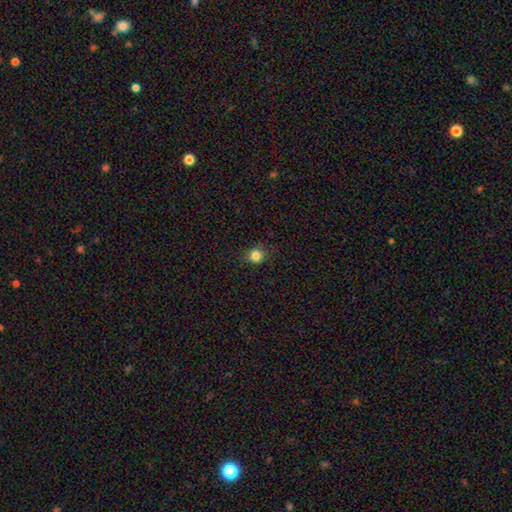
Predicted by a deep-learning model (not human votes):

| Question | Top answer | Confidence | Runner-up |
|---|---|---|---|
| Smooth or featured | smooth | 83% | star or artifact (12%) |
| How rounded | round | 88% | in between (11%) |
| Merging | none | 86% | minor disturbance (10%) |